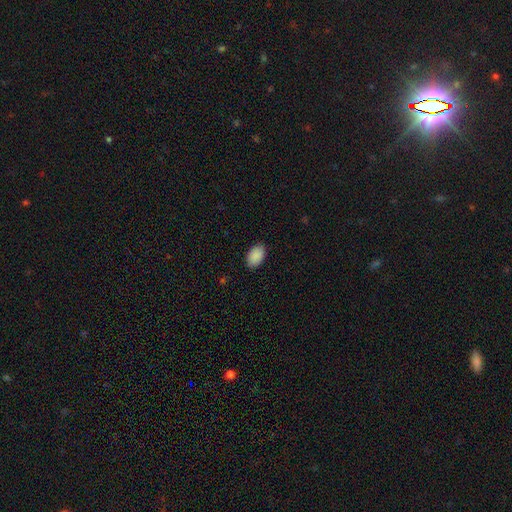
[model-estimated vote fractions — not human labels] A smooth galaxy with no disk features (91%) that is in between round and cigar-shaped (91%).

Vote fractions:
- Smooth or featured? smooth: 91% / star or artifact: 7% / featured or disk: 3%
- How rounded? in between: 91% / round: 8% / cigar-shaped: 1%
- Merging? none: 88% / minor disturbance: 9% / major disturbance: 2% / merger: 1%